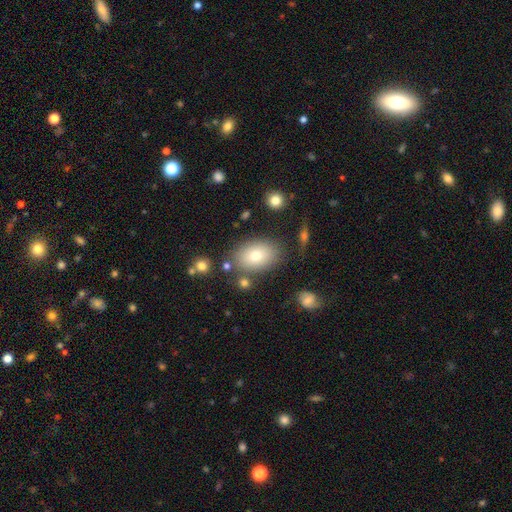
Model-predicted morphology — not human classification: Smooth or featured?
  - smooth: 74% *
  - featured or disk: 16%
  - star or artifact: 11%
How rounded?
  - in between: 81% *
  - round: 17%
  - cigar-shaped: 1%
Merging?
  - none: 78% *
  - minor disturbance: 13%
  - merger: 5%
  - major disturbance: 4%